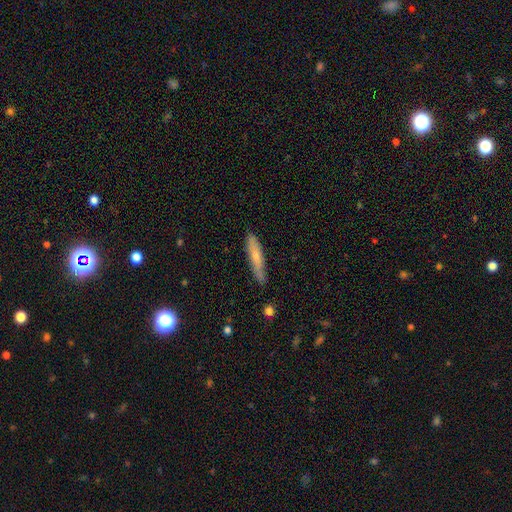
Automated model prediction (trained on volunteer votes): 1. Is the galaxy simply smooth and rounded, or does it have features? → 61% smooth, 33% featured or disk, 6% star or artifact.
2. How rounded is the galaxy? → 88% cigar-shaped, 10% in between, 2% round.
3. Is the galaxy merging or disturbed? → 81% none, 15% minor disturbance, 2% major disturbance, 2% merger.